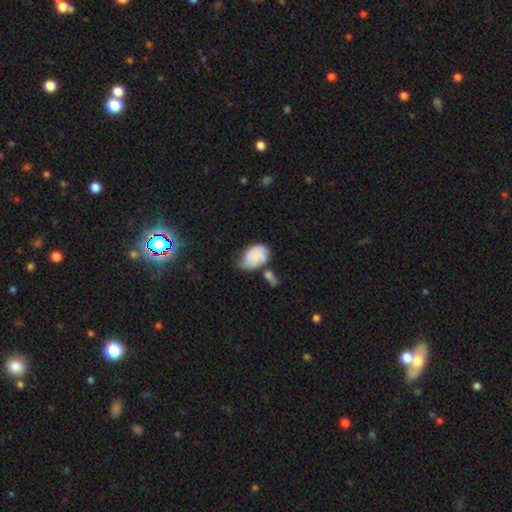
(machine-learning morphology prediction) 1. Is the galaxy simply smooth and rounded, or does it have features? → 65% smooth, 27% featured or disk, 8% star or artifact.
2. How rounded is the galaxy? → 86% in between, 13% round, 1% cigar-shaped.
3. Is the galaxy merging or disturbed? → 34% none, 31% minor disturbance, 23% merger, 12% major disturbance.